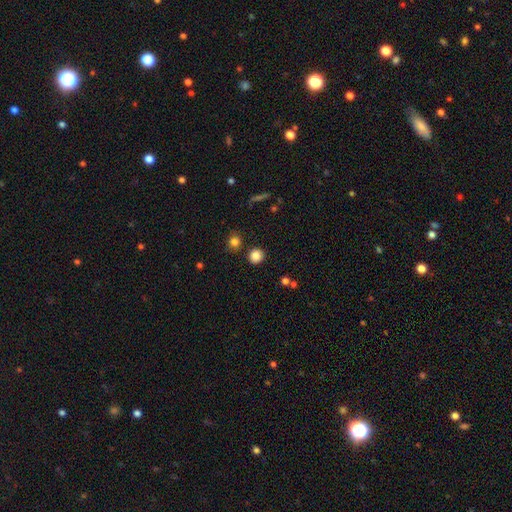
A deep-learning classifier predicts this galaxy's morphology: A smooth galaxy with no disk features (84%) that is round (91%). Merging: none (87%).